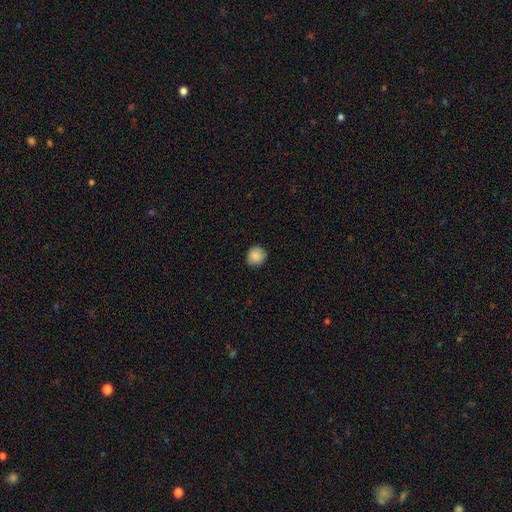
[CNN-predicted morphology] Overall: smooth (88%). How rounded: round (90%). Merging: none (88%).